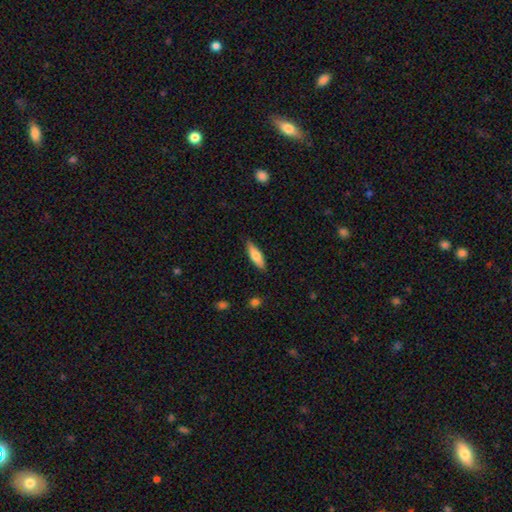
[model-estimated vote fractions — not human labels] Smooth or featured?
  - smooth: 71% *
  - featured or disk: 23%
  - star or artifact: 6%
How rounded?
  - cigar-shaped: 55% *
  - in between: 43%
  - round: 2%
Merging?
  - none: 86% *
  - minor disturbance: 10%
  - major disturbance: 2%
  - merger: 1%